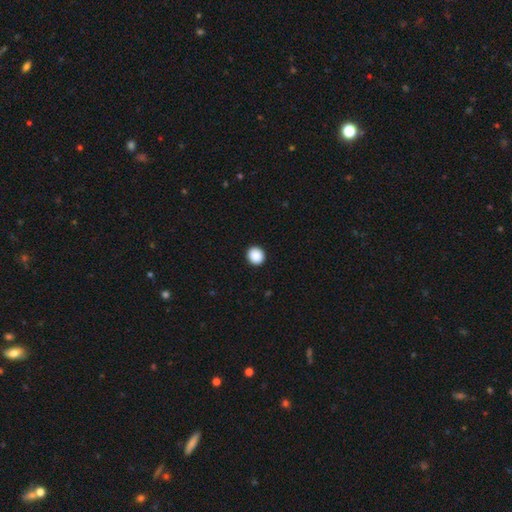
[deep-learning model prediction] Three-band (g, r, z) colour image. It shows a smooth galaxy with no disk features (90%) that is round (88%). Merging: none (93%).